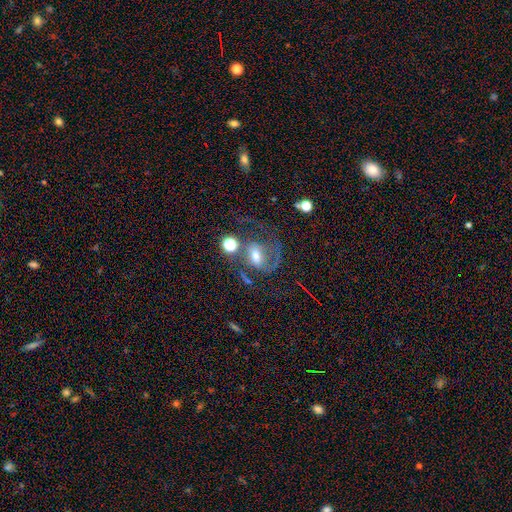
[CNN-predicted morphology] A featured or disk galaxy (64%) with a weak bar (44%), 2 (65%) medium (48%) spiral arms (83%) and a moderate central bulge (57%). Merging: none (39%).